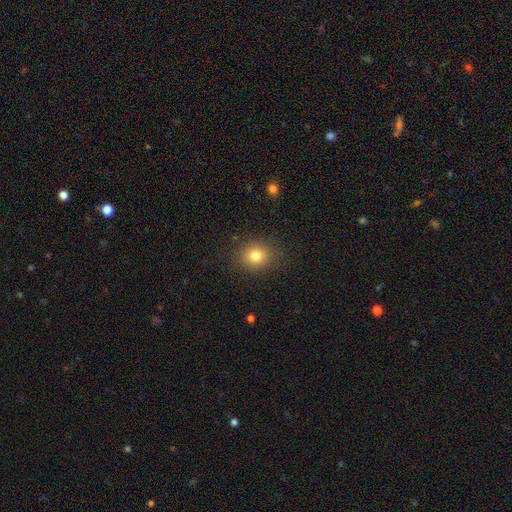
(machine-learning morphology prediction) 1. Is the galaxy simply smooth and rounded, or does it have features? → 80% smooth, 12% star or artifact, 8% featured or disk.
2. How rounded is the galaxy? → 79% round, 20% in between, 1% cigar-shaped.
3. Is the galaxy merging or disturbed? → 86% none, 10% minor disturbance, 3% major disturbance, 1% merger.